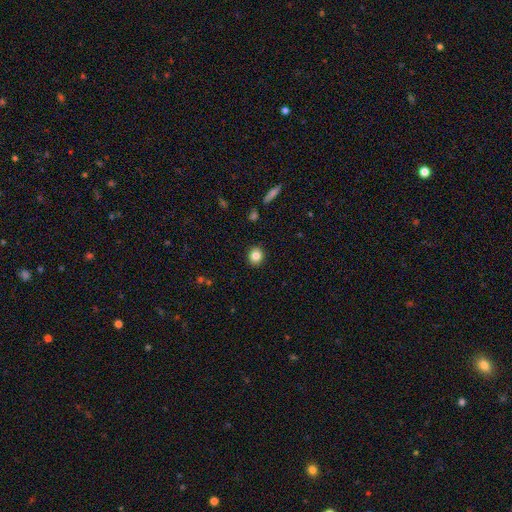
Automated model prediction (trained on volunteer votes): Smooth or featured? Predicted: smooth (p=0.83). How rounded? Predicted: round (p=0.80). Merging? Predicted: none (p=0.91).